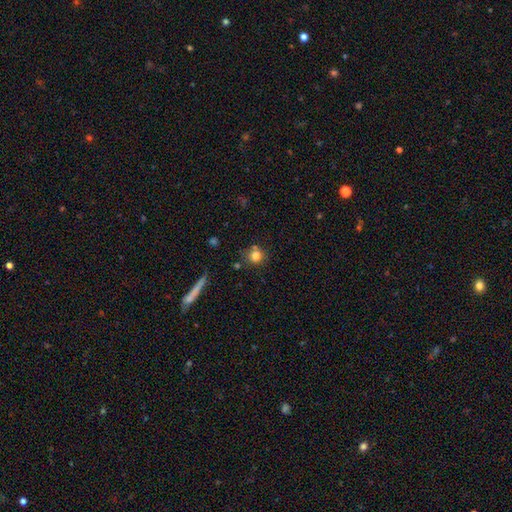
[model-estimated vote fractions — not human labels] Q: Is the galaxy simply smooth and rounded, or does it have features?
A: smooth — 79%.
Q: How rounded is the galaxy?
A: round — 90%.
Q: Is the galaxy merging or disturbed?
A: none — 75%.